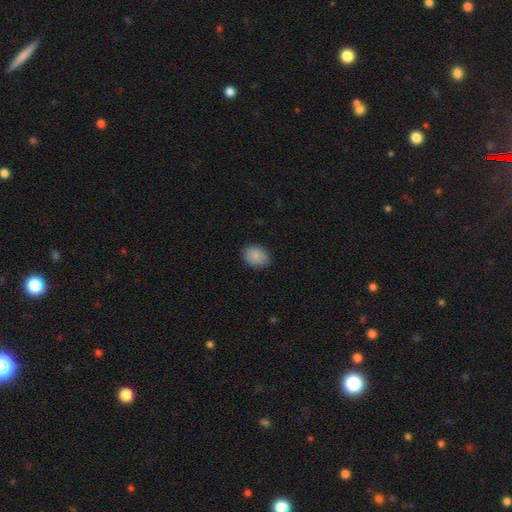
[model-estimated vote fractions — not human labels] Smooth or featured?
  - smooth: 88% *
  - star or artifact: 7%
  - featured or disk: 4%
How rounded?
  - in between: 61% *
  - round: 38%
  - cigar-shaped: 1%
Merging?
  - none: 87% *
  - minor disturbance: 10%
  - major disturbance: 2%
  - merger: 1%